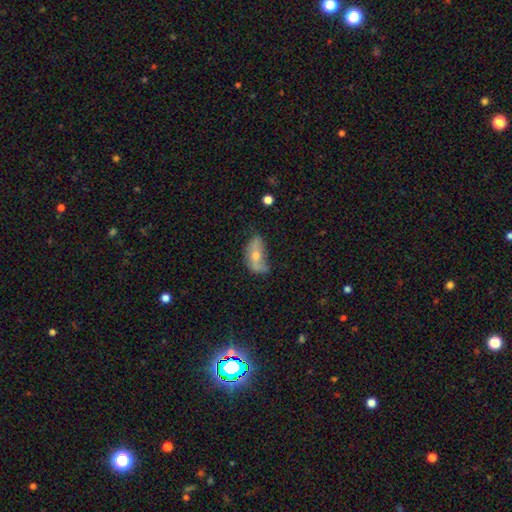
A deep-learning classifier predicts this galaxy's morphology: type=featured or disk (46%); merging=none (38%).